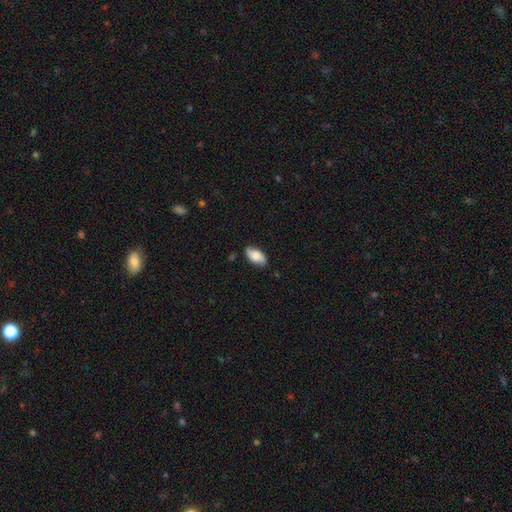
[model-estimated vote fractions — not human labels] Smooth or featured: smooth — 67% (featured or disk — 25%)
How rounded: in between — 92% (cigar-shaped — 5%)
Merging: none — 80% (minor disturbance — 15%)